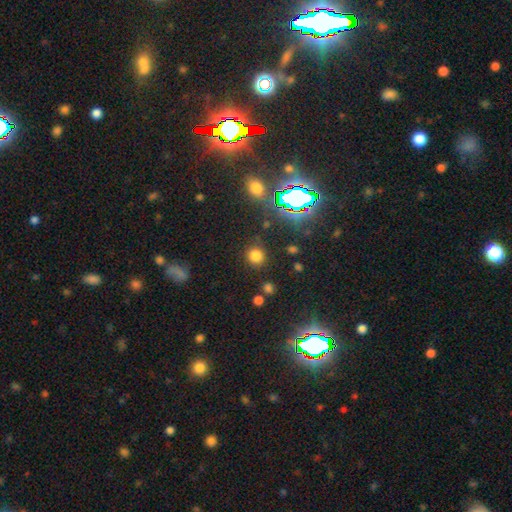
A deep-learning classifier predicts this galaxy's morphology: A smooth galaxy with no disk features (73%) that is round (88%).

Vote fractions:
- Smooth or featured? smooth: 73% / star or artifact: 22% / featured or disk: 6%
- How rounded? round: 88% / in between: 11% / cigar-shaped: 1%
- Merging? none: 84% / minor disturbance: 9% / major disturbance: 4% / merger: 3%